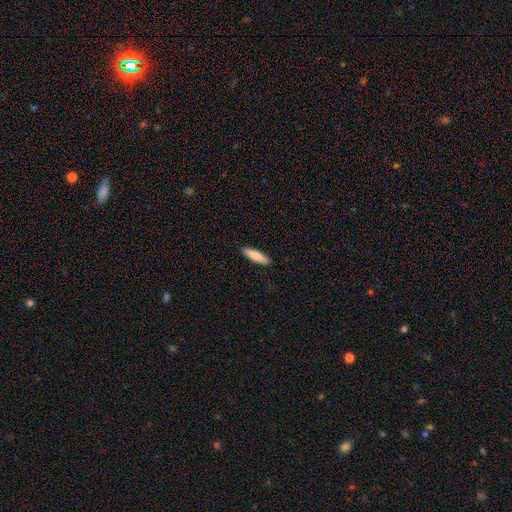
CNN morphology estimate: smooth 81%, featured or disk 14%, star or artifact 5%. Down the decision tree: how rounded — cigar-shaped (74%); merging — none (90%).